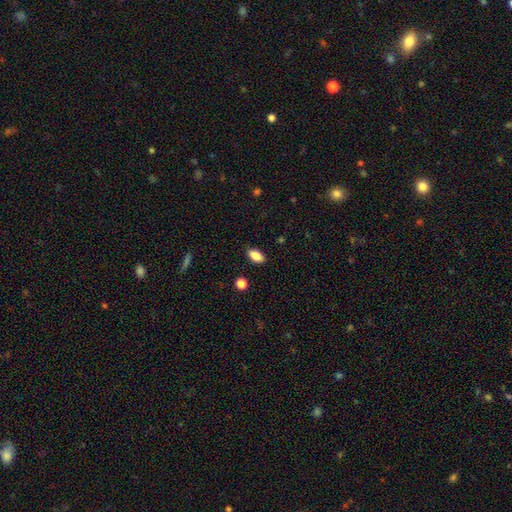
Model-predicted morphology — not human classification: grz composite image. It shows a smooth galaxy with no disk features (85%) that is in between round and cigar-shaped (89%). Merging: none (87%).